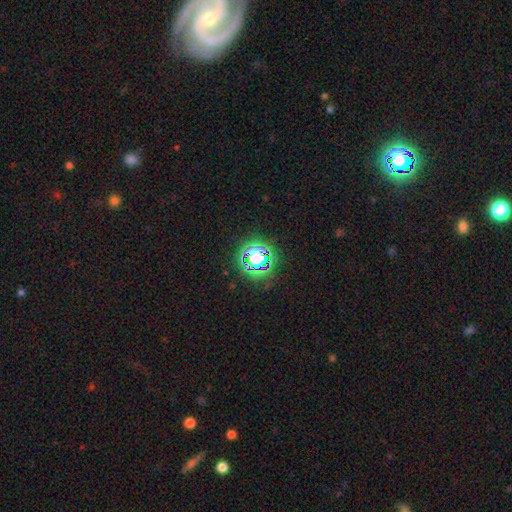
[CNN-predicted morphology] star or artifact 78%, smooth 15%, featured or disk 7%.